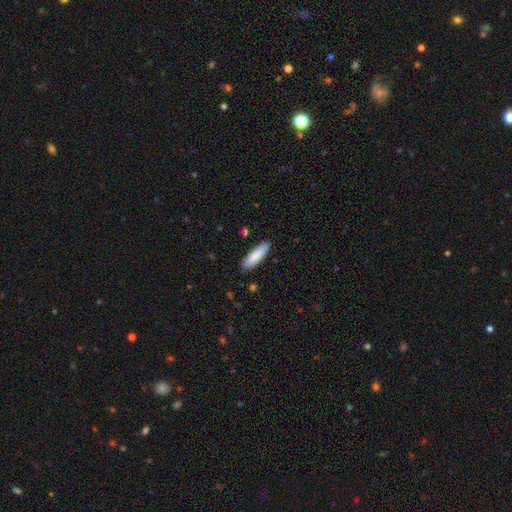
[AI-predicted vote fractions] smooth 86%, featured or disk 9%, star or artifact 6%. Down the decision tree: how rounded — cigar-shaped (61%); merging — none (87%).